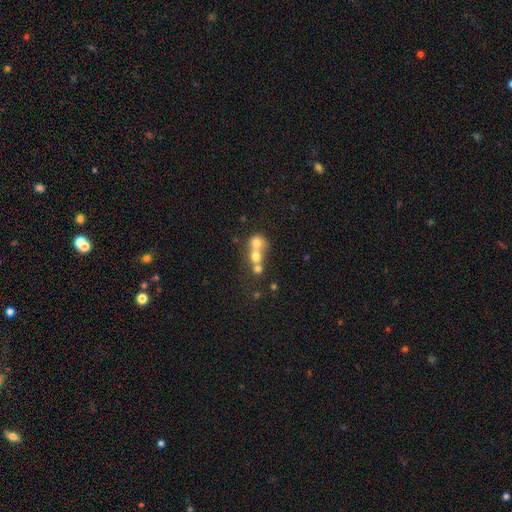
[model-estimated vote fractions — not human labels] A smooth galaxy with no disk features (65%) that is round (74%). Merging: merger (69%).